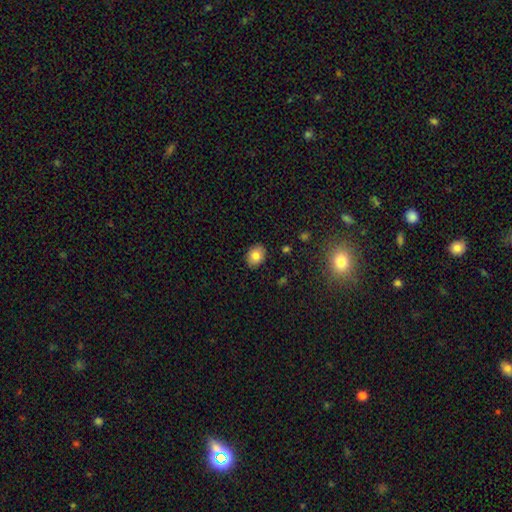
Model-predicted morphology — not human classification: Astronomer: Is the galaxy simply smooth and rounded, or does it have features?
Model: smooth — 81%.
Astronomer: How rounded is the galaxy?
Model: in between — 60% (runner-up: round, 39%).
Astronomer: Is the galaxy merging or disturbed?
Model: none — 88%.